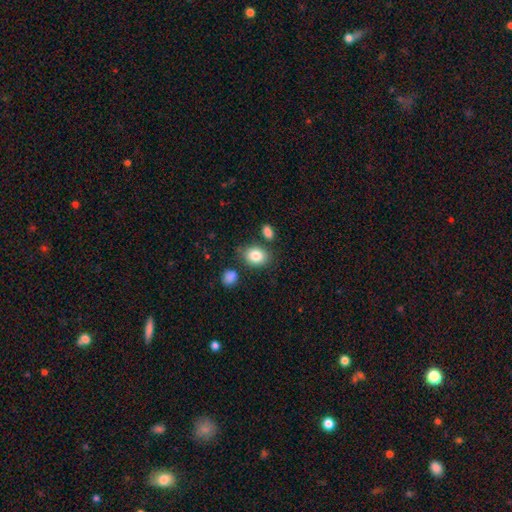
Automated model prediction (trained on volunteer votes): The model was most divided on "how rounded": in between: 55%, round: 44%, cigar-shaped: 1%. More confident: smooth or featured — smooth (84%); merging — none (74%).